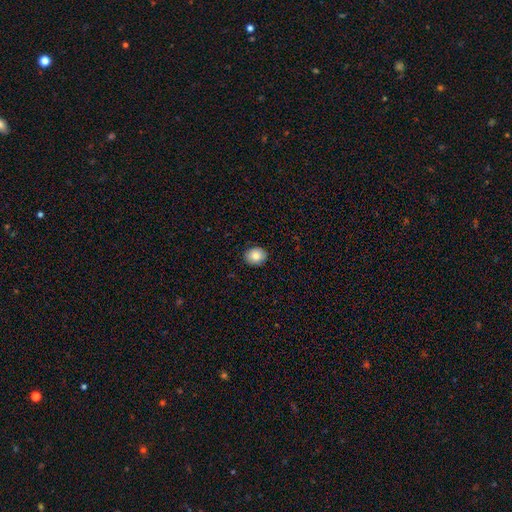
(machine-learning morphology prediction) Smooth or featured?
  - smooth: 86% *
  - star or artifact: 8%
  - featured or disk: 6%
How rounded?
  - round: 53% *
  - in between: 47%
  - cigar-shaped: 1%
Merging?
  - none: 89% *
  - minor disturbance: 8%
  - major disturbance: 2%
  - merger: 1%